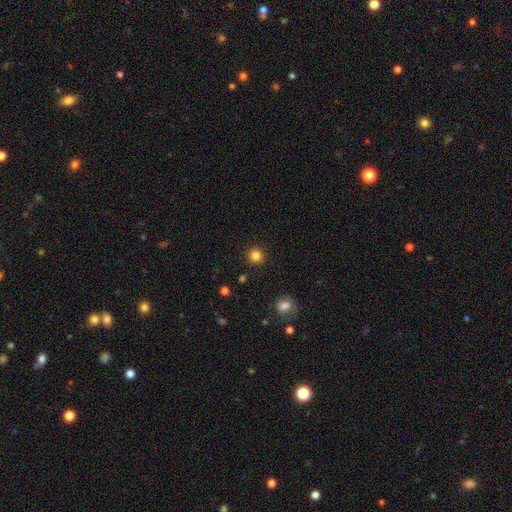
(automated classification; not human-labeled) Q: Smooth or featured?
A: smooth (84%); runner-up: star or artifact (12%)
Q: How rounded?
A: round (95%); runner-up: in between (4%)
Q: Merging?
A: none (92%); runner-up: minor disturbance (5%)